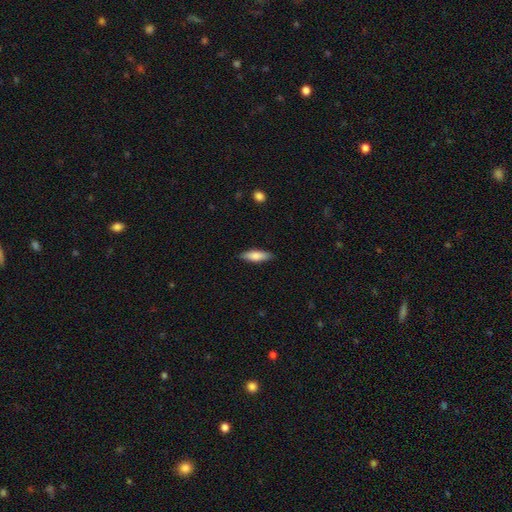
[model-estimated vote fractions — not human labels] Q: Smooth or featured?
A: smooth (79%); runner-up: featured or disk (16%)
Q: How rounded?
A: cigar-shaped (50%); runner-up: in between (48%)
Q: Merging?
A: none (87%); runner-up: minor disturbance (10%)